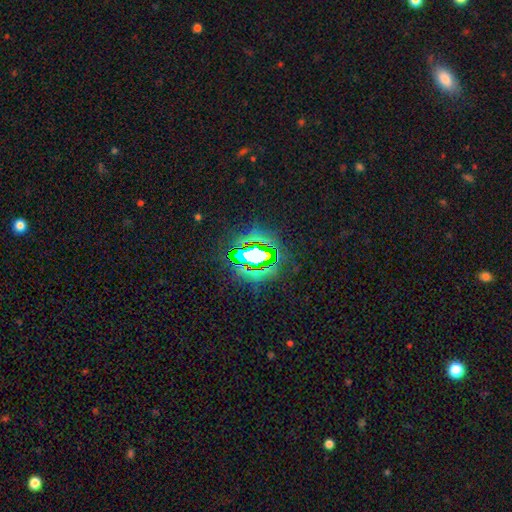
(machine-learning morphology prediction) Smooth or featured? Predicted: star or artifact (p=0.73).